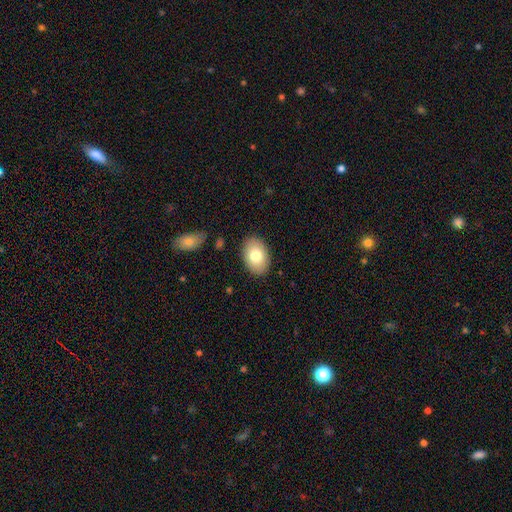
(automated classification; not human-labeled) Smooth or featured: smooth — 78% (featured or disk — 16%)
How rounded: in between — 87% (round — 12%)
Merging: none — 88% (minor disturbance — 9%)